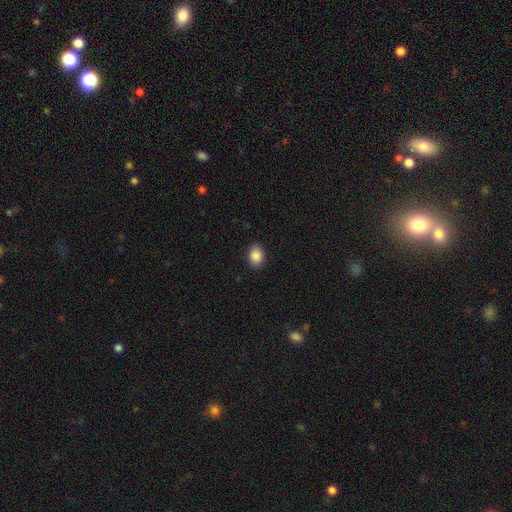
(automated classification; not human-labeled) Morphology: type=smooth (89%); roundness=in between (71%); merging=none (88%).